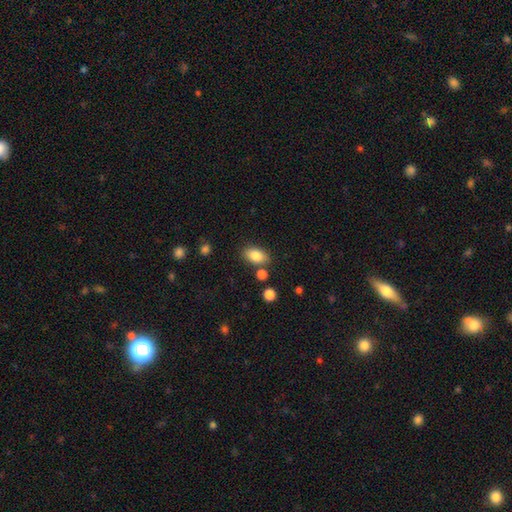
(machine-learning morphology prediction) type=smooth (84%); roundness=in between (88%); merging=none (78%).